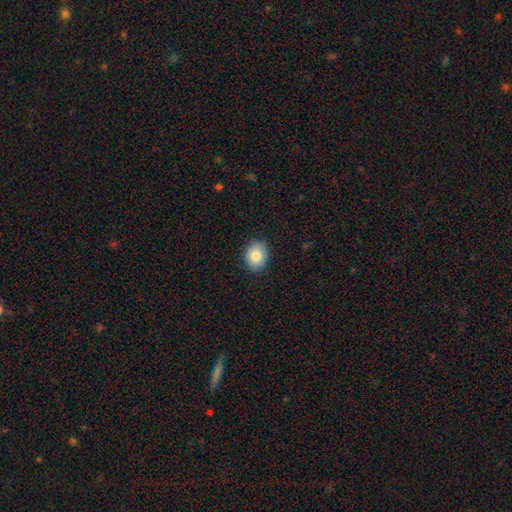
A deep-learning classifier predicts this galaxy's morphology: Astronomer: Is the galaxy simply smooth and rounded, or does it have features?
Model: smooth — 83%.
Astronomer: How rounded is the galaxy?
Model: in between — 59% (runner-up: round, 41%).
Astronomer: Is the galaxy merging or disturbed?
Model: none — 87%.